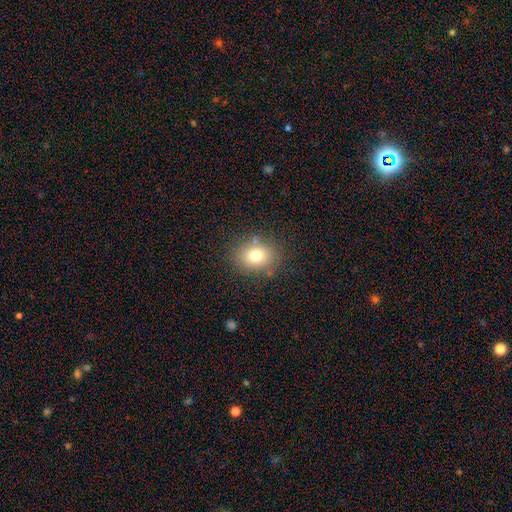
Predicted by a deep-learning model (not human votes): smooth-or-featured: smooth: 76% | star or artifact: 12% | featured or disk: 12%
  how-rounded: round: 53% | in between: 47% | cigar-shaped: 1%
  merging: none: 82% | minor disturbance: 11% | major disturbance: 4% | merger: 3%